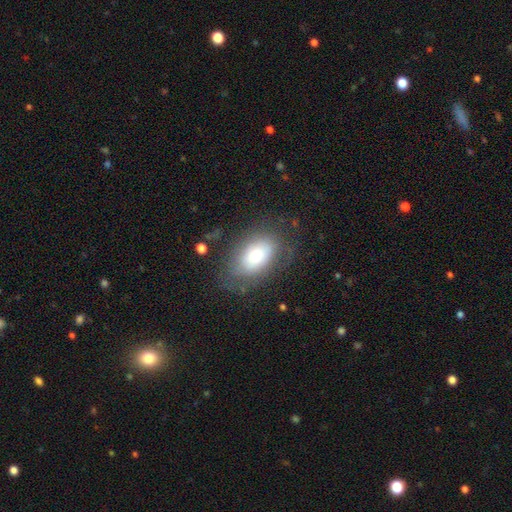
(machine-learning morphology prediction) This appears to be a smooth galaxy with no disk features (63%) that is in between round and cigar-shaped (90%). Merging: none (68%).